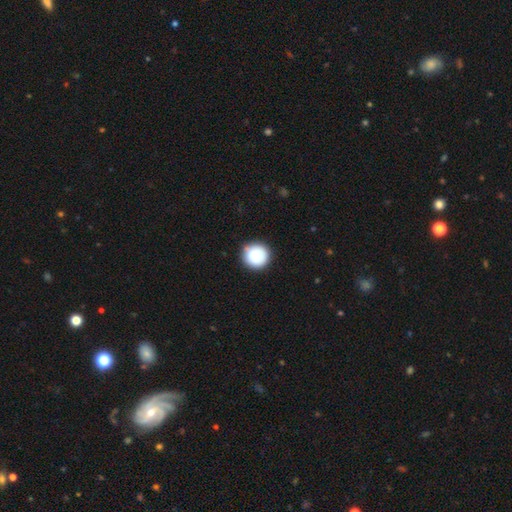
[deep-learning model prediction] Smooth or featured: smooth — 85% (star or artifact — 8%)
How rounded: round — 95% (in between — 4%)
Merging: none — 88% (minor disturbance — 9%)